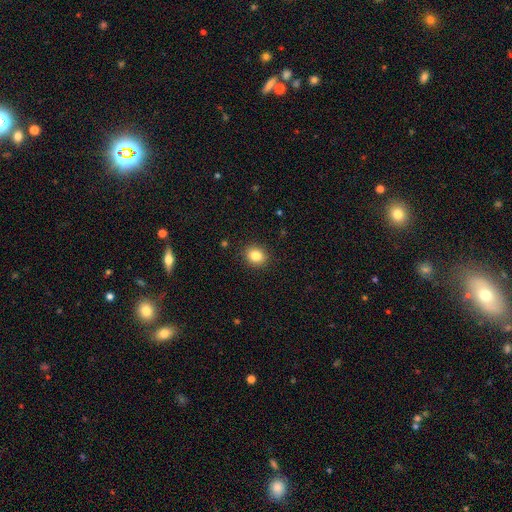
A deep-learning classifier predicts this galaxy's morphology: Smooth or featured: smooth — 84% (star or artifact — 10%)
How rounded: round — 71% (in between — 28%)
Merging: none — 91% (minor disturbance — 6%)